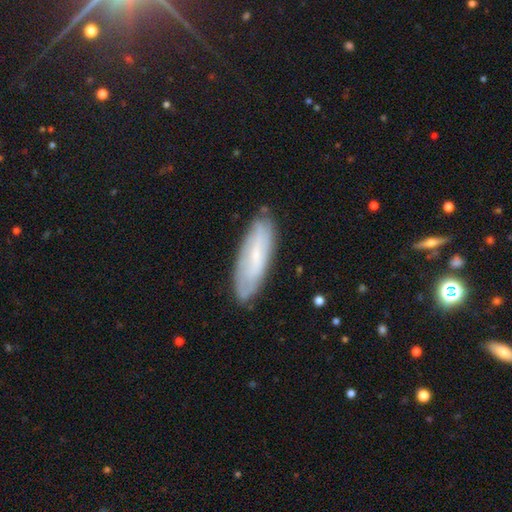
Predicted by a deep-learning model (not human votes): smooth_or_featured: smooth (p=0.49) [alt: featured or disk p=0.43]
merging: none (p=0.79) [alt: minor disturbance p=0.16]